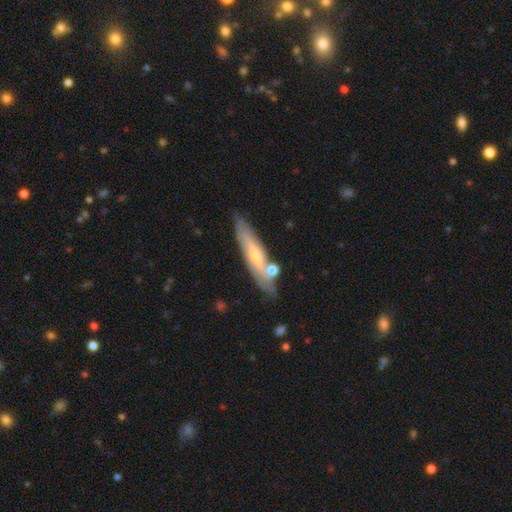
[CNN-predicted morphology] This appears to be a featured or disk galaxy (60%) viewed edge-on (56%). Merging: none (71%).